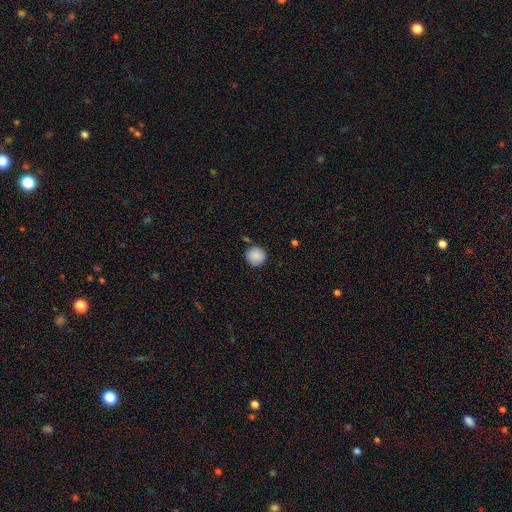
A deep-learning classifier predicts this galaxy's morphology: The model was most divided on "merging": none: 83%, minor disturbance: 11%, merger: 3%, major disturbance: 3%. More confident: how rounded — round (92%); smooth or featured — smooth (88%).